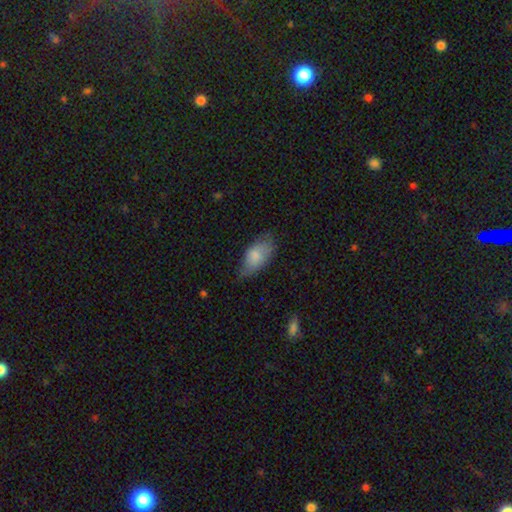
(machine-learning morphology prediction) type=smooth (79%); roundness=in between (93%); merging=none (58%).